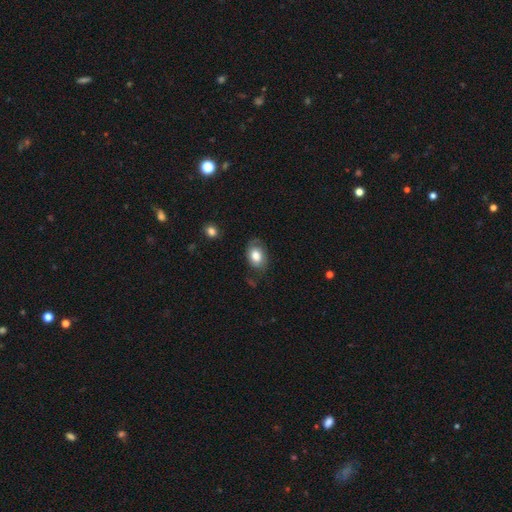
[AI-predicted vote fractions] Q: Smooth or featured?
A: smooth (61%); runner-up: featured or disk (31%)
Q: How rounded?
A: in between (79%); runner-up: round (20%)
Q: Merging?
A: none (66%); runner-up: minor disturbance (23%)